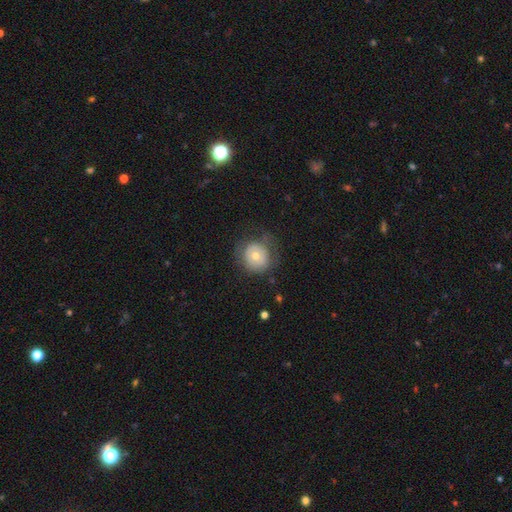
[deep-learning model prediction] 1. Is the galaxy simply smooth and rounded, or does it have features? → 57% smooth, 33% featured or disk, 10% star or artifact.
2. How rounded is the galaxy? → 90% round, 9% in between, 1% cigar-shaped.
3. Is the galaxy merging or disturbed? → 70% none, 18% minor disturbance, 11% major disturbance, 1% merger.